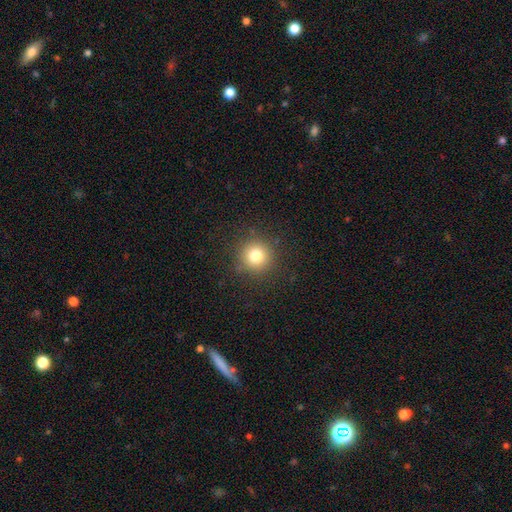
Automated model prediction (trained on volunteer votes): smooth 78%, star or artifact 14%, featured or disk 8%. Down the decision tree: how rounded — round (95%); merging — none (89%).